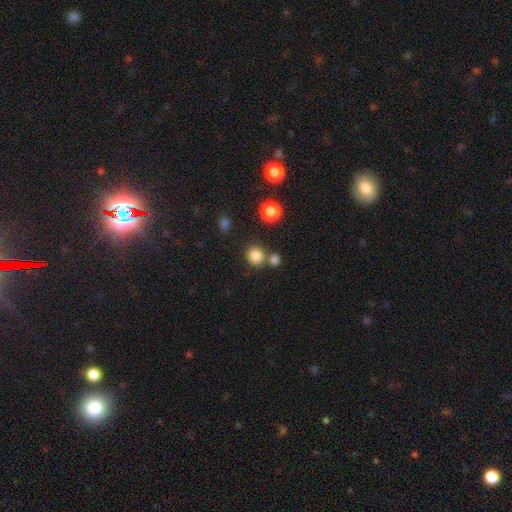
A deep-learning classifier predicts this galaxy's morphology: Smooth or featured: smooth — 83% (star or artifact — 12%)
How rounded: round — 87% (in between — 12%)
Merging: none — 71% (merger — 18%)